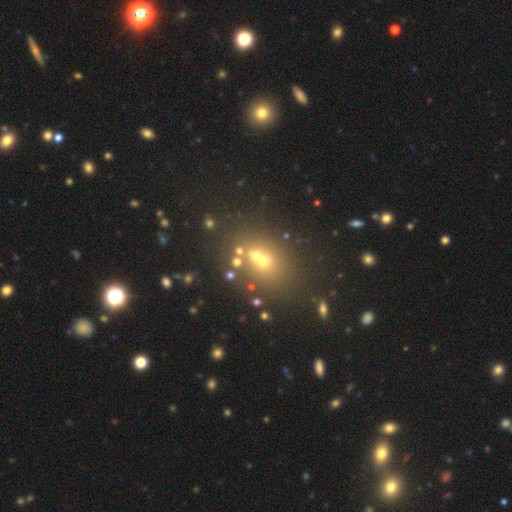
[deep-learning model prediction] Smooth or featured: smooth — 52% (star or artifact — 27%)
How rounded: round — 62% (in between — 36%)
Merging: none — 50% (merger — 33%)